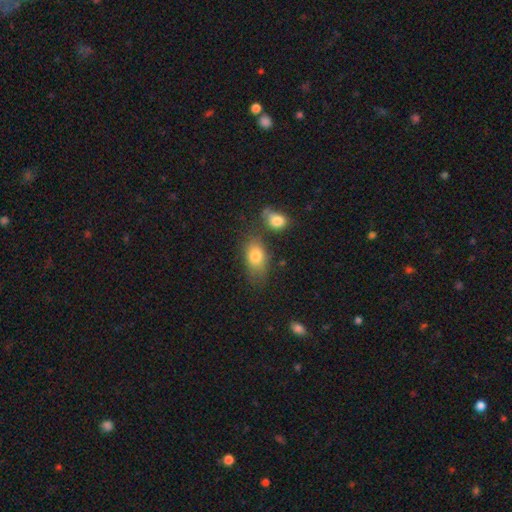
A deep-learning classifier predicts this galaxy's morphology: Smooth or featured?
  - smooth: 79% *
  - featured or disk: 12%
  - star or artifact: 8%
How rounded?
  - in between: 86% *
  - round: 12%
  - cigar-shaped: 3%
Merging?
  - none: 57% *
  - minor disturbance: 21%
  - merger: 14%
  - major disturbance: 8%